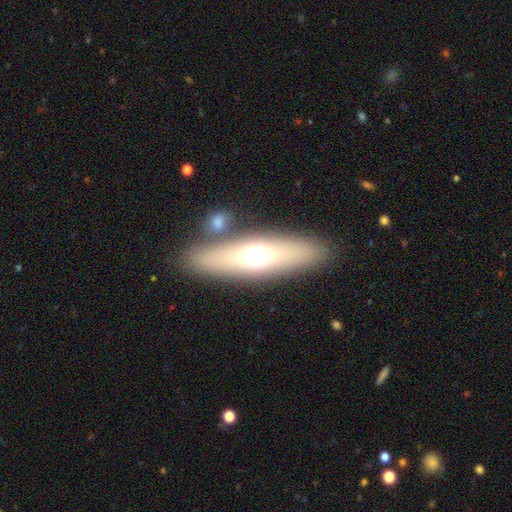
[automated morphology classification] The model was most divided on "how rounded": cigar-shaped: 57%, in between: 40%, round: 3%. More confident: merging — none (79%); smooth or featured — smooth (56%).